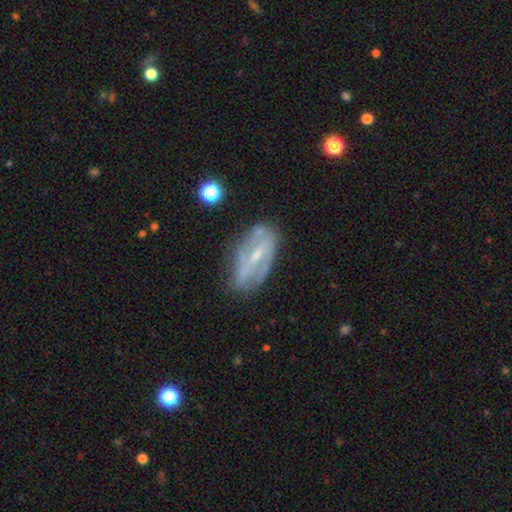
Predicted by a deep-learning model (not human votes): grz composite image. It shows a featured or disk galaxy (72%) with a weak bar (40%), spiral arms (67%) and a small central bulge (57%). Merging: none (65%).